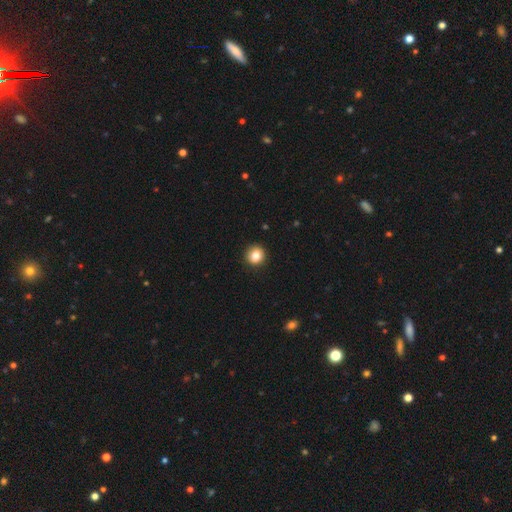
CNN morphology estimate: type=smooth (83%); roundness=round (92%); merging=none (92%).